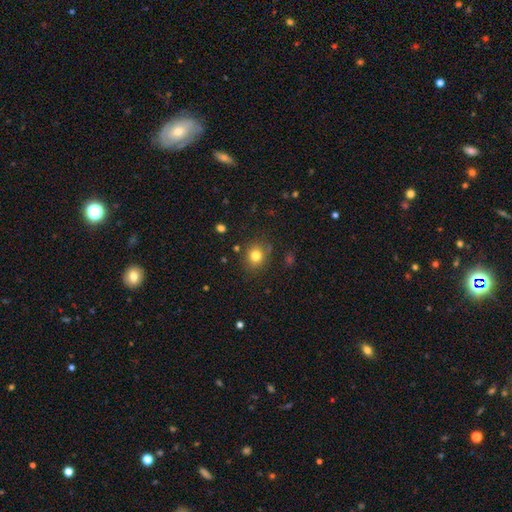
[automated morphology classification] Smooth or featured? smooth (79%)
How rounded? round (81%)
Merging? none (83%)